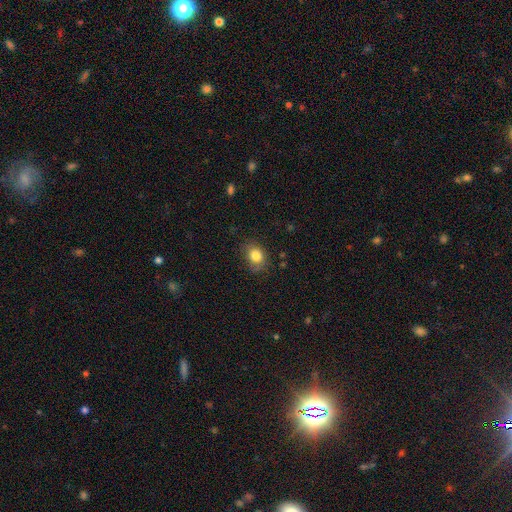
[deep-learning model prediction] smooth 82%, star or artifact 10%, featured or disk 8%. Down the decision tree: how rounded — in between (51%); merging — none (75%).